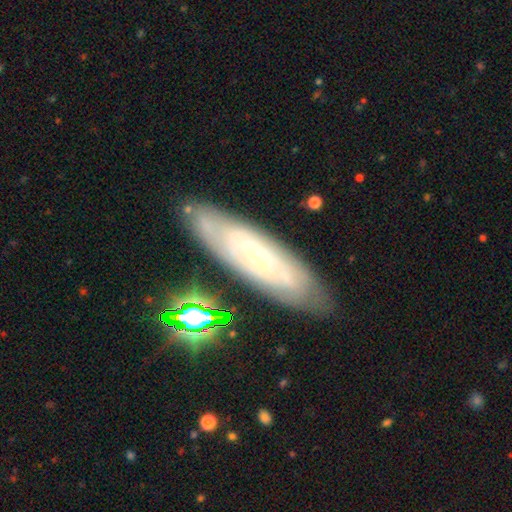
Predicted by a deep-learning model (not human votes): This appears to be a featured or disk galaxy (74%) with no bar (72%), spiral arms (83%) and a small central bulge (83%). Merging: none (81%).